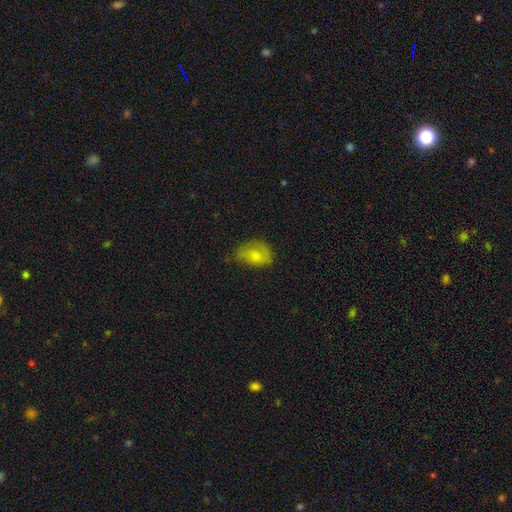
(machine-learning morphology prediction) Q: Smooth or featured?
A: smooth (65%); runner-up: featured or disk (27%)
Q: How rounded?
A: in between (76%); runner-up: round (23%)
Q: Merging?
A: none (48%); runner-up: minor disturbance (33%)